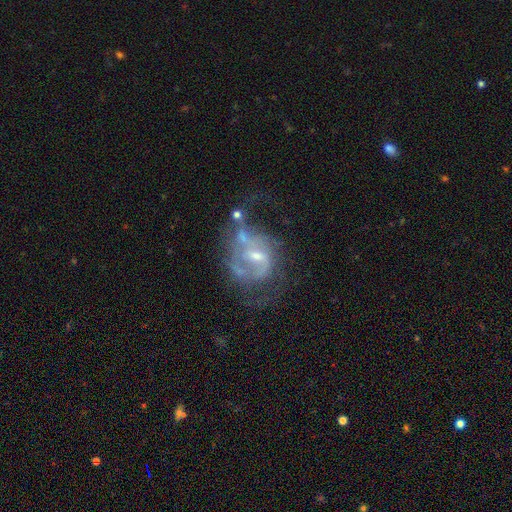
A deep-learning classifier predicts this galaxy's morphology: smooth-or-featured: featured or disk: 80% | smooth: 11% | star or artifact: 9%
  disk-edge-on: no: 98% | yes: 2%
    bar: weak: 49% | no: 36% | strong: 15%
    has-spiral-arms: yes: 76% | no: 24%
      spiral-winding: medium: 43% | tight: 29% | loose: 28%
      spiral-arm-count: 2: 42% | can't tell: 31% | 1: 11% | 3: 10% | 4: 3% | more than 4: 3%
    bulge-size: small: 53% | moderate: 39% | none: 5% | large: 2% | dominant: 1%
  merging: major disturbance: 35% | none: 34% | minor disturbance: 19% | merger: 13%